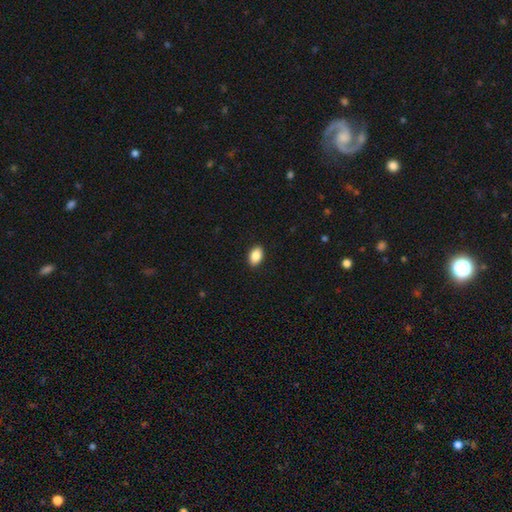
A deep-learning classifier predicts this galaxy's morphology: This is clearly a smooth galaxy (88%). How rounded: clearly in between (89%). Merging: clearly none (91%).